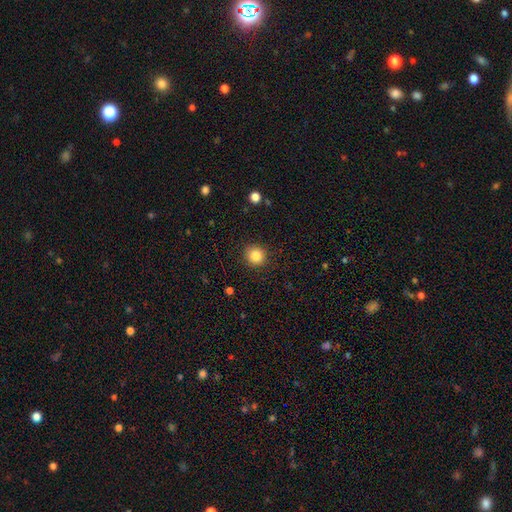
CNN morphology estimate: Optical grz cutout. It shows a smooth galaxy with no disk features (84%) that is round (91%). Merging: none (90%).